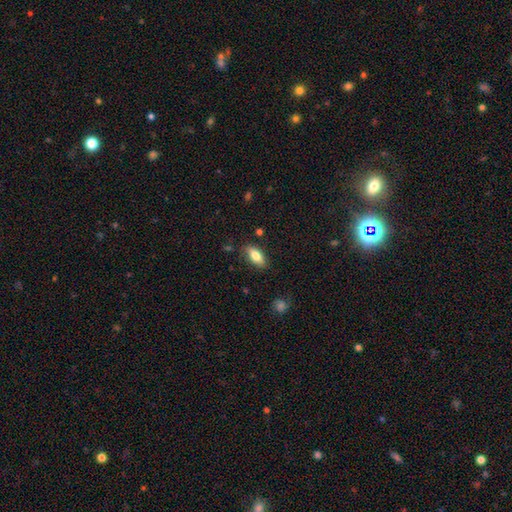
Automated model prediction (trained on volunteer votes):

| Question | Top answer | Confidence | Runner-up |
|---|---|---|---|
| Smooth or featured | smooth | 75% | featured or disk (18%) |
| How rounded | in between | 83% | cigar-shaped (15%) |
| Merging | none | 84% | minor disturbance (12%) |